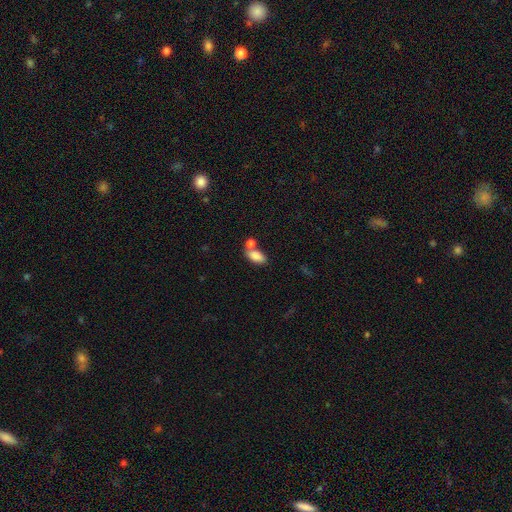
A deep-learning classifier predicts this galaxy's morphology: Smooth or featured? Predicted: smooth (p=0.83). How rounded? Predicted: in between (p=0.89). Merging? Predicted: none (p=0.51).